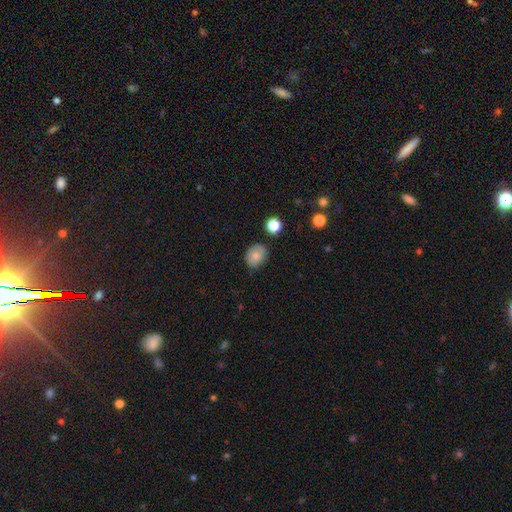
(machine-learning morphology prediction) smooth-or-featured: smooth: 79% | featured or disk: 12% | star or artifact: 9%
  how-rounded: in between: 53% | round: 46% | cigar-shaped: 1%
  merging: none: 80% | minor disturbance: 15% | major disturbance: 3% | merger: 2%